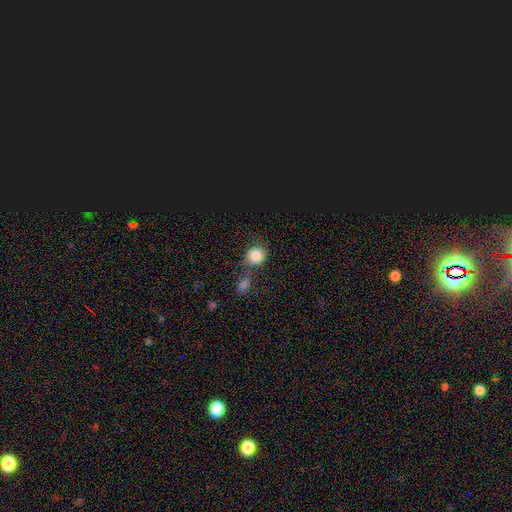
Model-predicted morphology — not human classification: Q: Smooth or featured?
A: smooth (82%); runner-up: star or artifact (12%)
Q: How rounded?
A: round (82%); runner-up: in between (16%)
Q: Merging?
A: none (56%); runner-up: merger (24%)